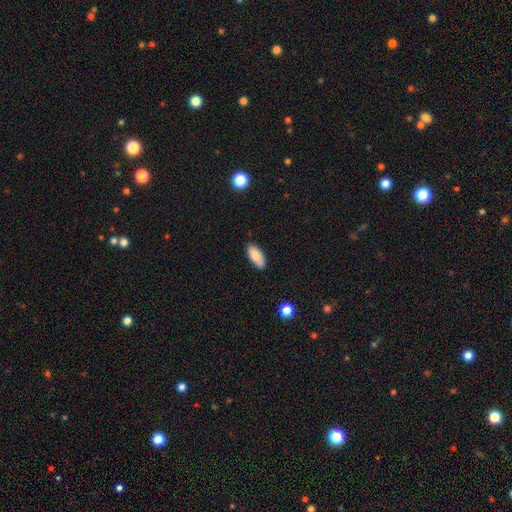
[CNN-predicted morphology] Overall: smooth (85%). How rounded: in between (87%). Merging: none (82%).